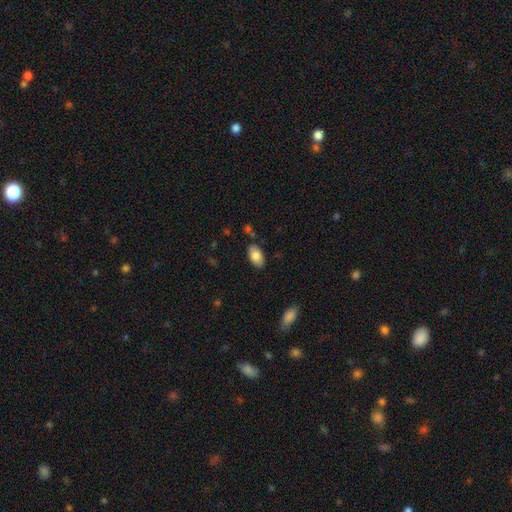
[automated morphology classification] A smooth galaxy with no disk features (82%) that is in between round and cigar-shaped (95%). Merging: none (83%).